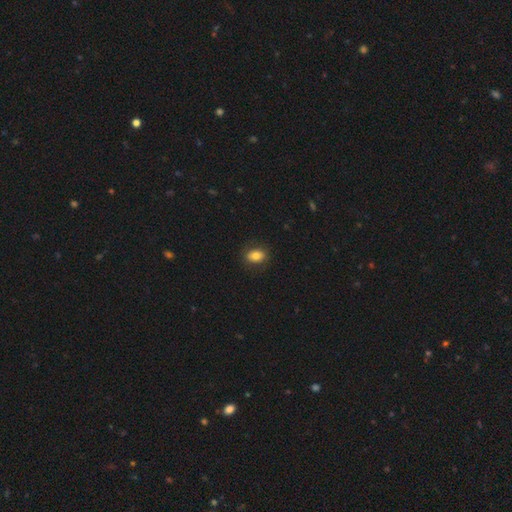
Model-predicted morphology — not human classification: smooth-or-featured: smooth: 80% | featured or disk: 11% | star or artifact: 9%
  how-rounded: in between: 78% | round: 20% | cigar-shaped: 2%
  merging: none: 85% | minor disturbance: 11% | major disturbance: 3% | merger: 1%